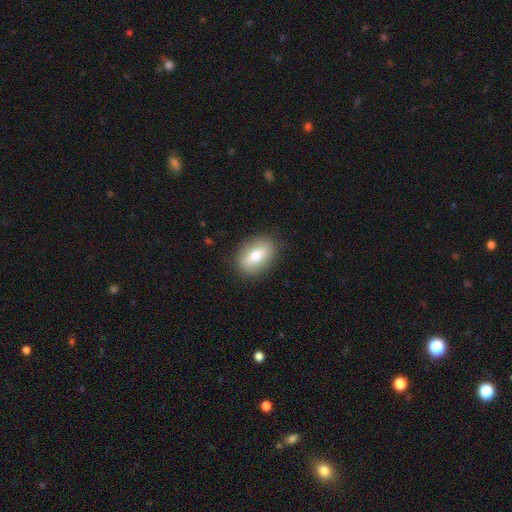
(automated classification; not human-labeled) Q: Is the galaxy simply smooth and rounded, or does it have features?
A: smooth — 66%.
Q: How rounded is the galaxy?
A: in between — 77%.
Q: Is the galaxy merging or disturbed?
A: none — 86%.